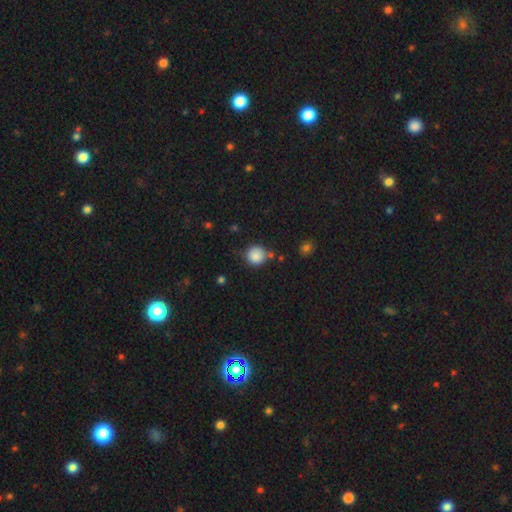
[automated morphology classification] Overall: smooth (86%). How rounded: round (93%). Merging: none (80%).